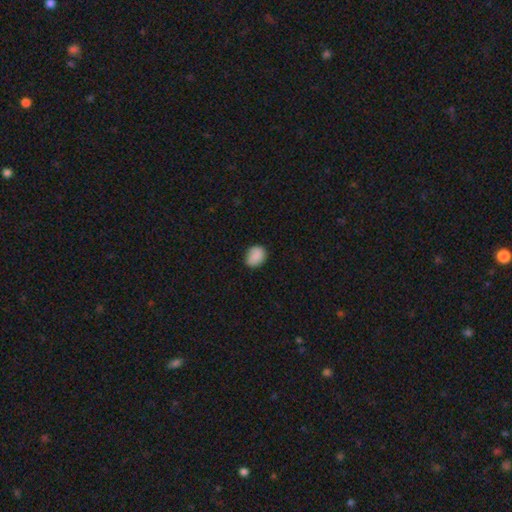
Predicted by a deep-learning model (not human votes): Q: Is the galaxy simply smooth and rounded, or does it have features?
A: smooth — 87%.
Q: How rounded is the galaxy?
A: in between — 57%.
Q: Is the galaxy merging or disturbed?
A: none — 75%.